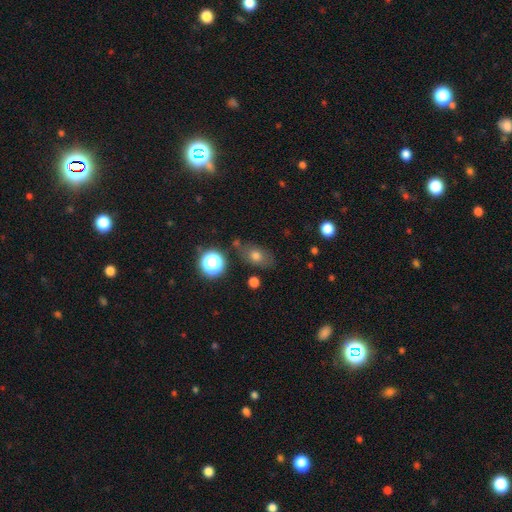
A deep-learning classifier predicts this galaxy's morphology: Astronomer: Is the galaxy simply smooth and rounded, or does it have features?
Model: smooth — 71%.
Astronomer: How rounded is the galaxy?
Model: in between — 74%.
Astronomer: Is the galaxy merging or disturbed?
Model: none — 72%.